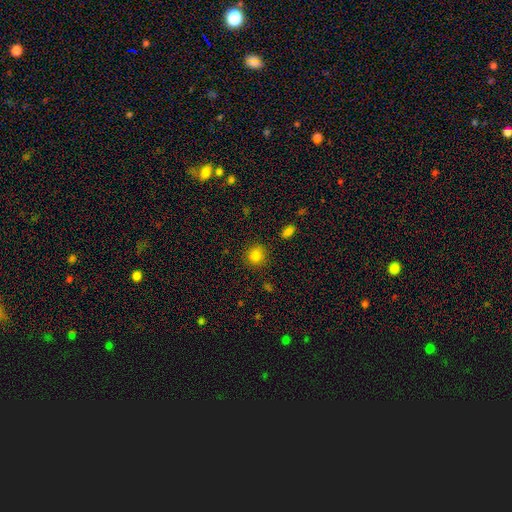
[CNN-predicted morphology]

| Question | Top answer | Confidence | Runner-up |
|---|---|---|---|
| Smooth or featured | smooth | 84% | star or artifact (12%) |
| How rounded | round | 86% | in between (13%) |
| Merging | none | 88% | minor disturbance (8%) |